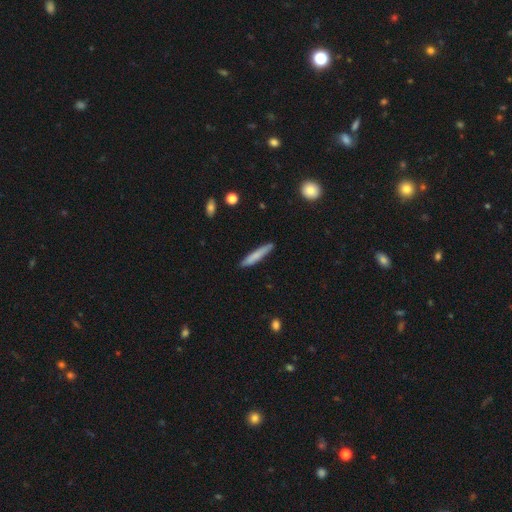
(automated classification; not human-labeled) smooth_or_featured: smooth (p=0.74) [alt: featured or disk p=0.20]
how_rounded: cigar-shaped (p=0.93) [alt: in between p=0.06]
merging: none (p=0.86) [alt: minor disturbance p=0.11]